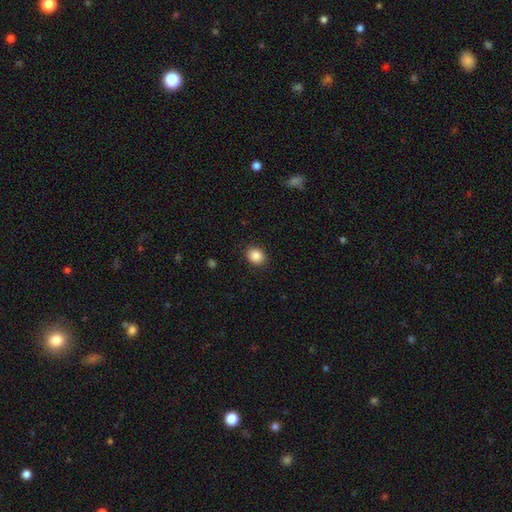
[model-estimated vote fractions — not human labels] Smooth or featured? smooth (87%)
How rounded? round (65%)
Merging? none (90%)